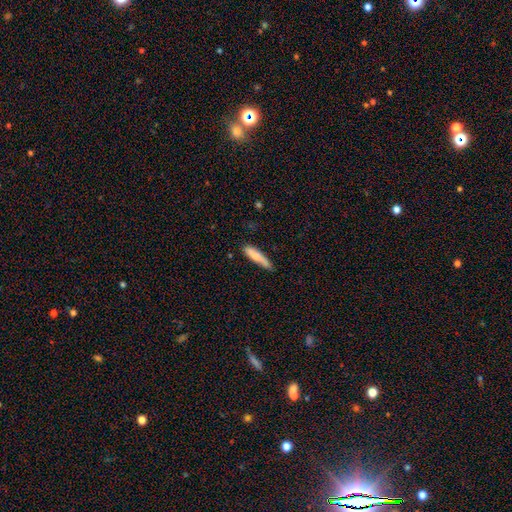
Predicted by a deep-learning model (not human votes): Smooth or featured? smooth (79%)
How rounded? cigar-shaped (80%)
Merging? none (66%)